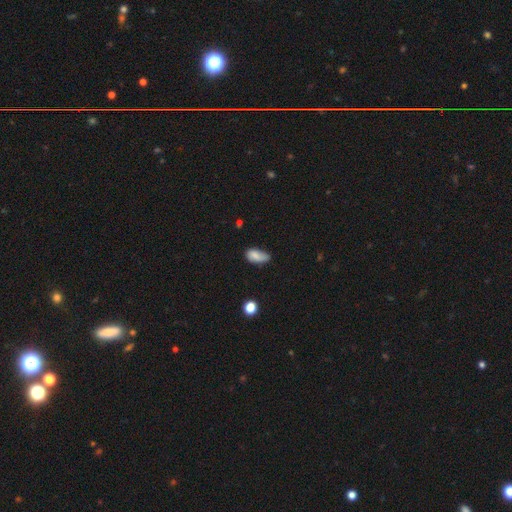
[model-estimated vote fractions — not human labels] A smooth galaxy with no disk features (76%) that is in between round and cigar-shaped (90%).

Vote fractions:
- Smooth or featured? smooth: 76% / featured or disk: 15% / star or artifact: 9%
- How rounded? in between: 90% / cigar-shaped: 5% / round: 5%
- Merging? none: 43% / minor disturbance: 41% / major disturbance: 12% / merger: 4%